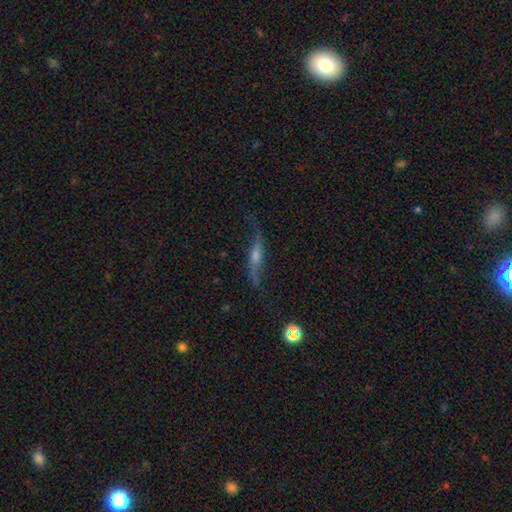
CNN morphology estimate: The model was most divided on "edge-on disk": no: 56%, yes: 44%. More confident: smooth or featured — featured or disk (76%); merging — none (65%).